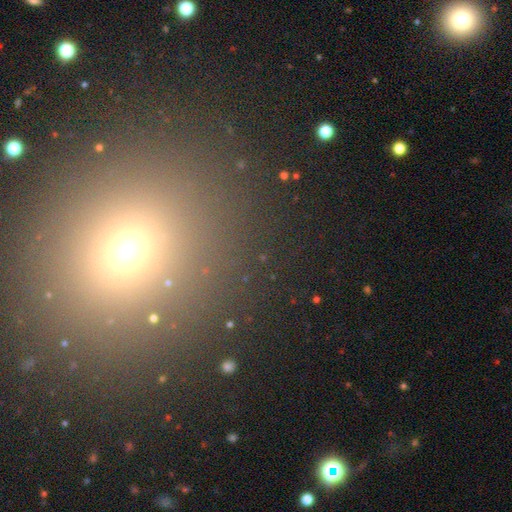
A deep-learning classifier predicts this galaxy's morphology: A smooth galaxy with no disk features (57%) that is round (80%). Merging: none (87%).